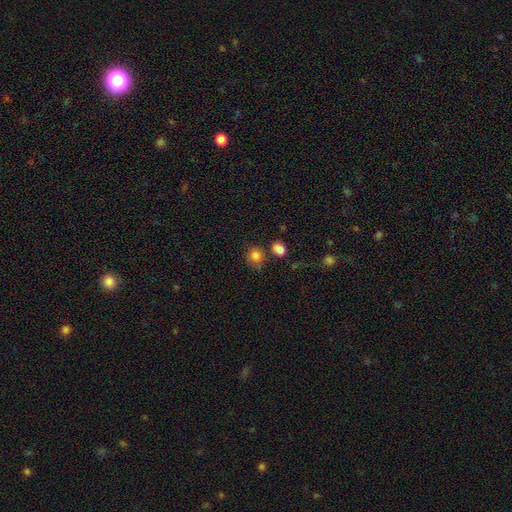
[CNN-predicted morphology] This is clearly a smooth galaxy (83%). How rounded: likely round (77%). Merging: likely none (61%).